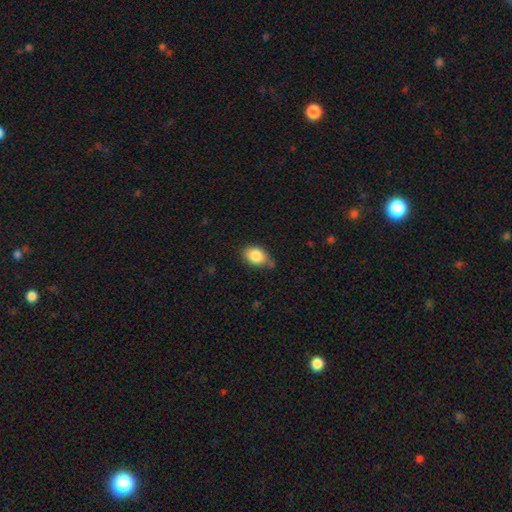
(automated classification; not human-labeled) smooth 84%, star or artifact 8%, featured or disk 8%. Down the decision tree: how rounded — in between (79%); merging — none (66%).